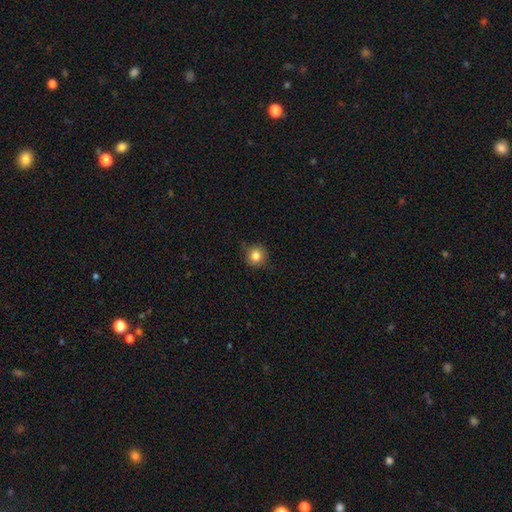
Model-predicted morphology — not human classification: Smooth or featured? Predicted: smooth (p=0.82). How rounded? Predicted: round (p=0.91). Merging? Predicted: none (p=0.82).